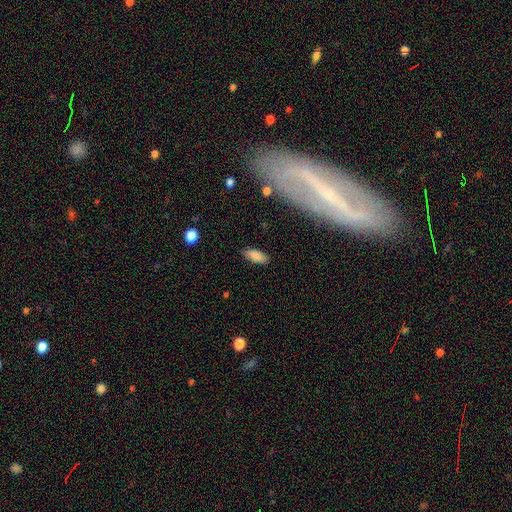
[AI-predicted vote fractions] This is clearly a smooth galaxy (86%). How rounded: clearly in between (83%). Merging: clearly none (85%).